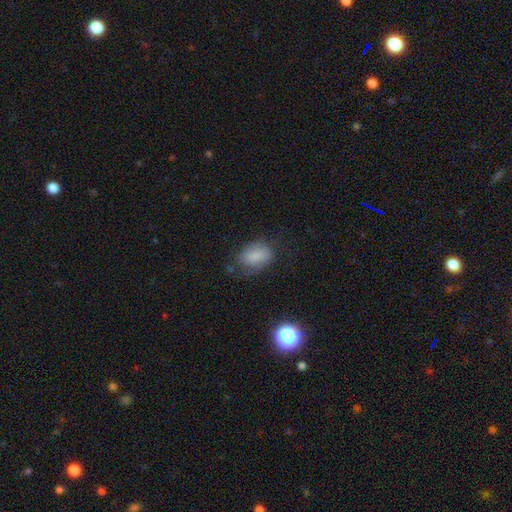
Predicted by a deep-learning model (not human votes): Smooth or featured?
  - smooth: 72% *
  - featured or disk: 17%
  - star or artifact: 11%
How rounded?
  - in between: 83% *
  - round: 16%
  - cigar-shaped: 1%
Merging?
  - none: 54% *
  - minor disturbance: 28%
  - major disturbance: 16%
  - merger: 2%